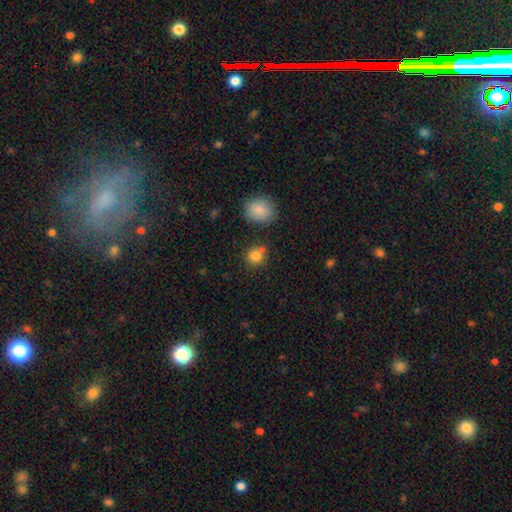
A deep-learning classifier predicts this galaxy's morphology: Smooth or featured?
  - smooth: 82% *
  - star or artifact: 11%
  - featured or disk: 7%
How rounded?
  - round: 86% *
  - in between: 13%
  - cigar-shaped: 1%
Merging?
  - none: 67% *
  - merger: 17%
  - minor disturbance: 12%
  - major disturbance: 4%